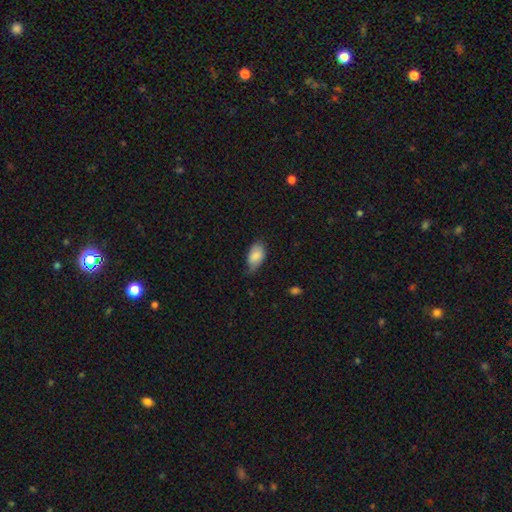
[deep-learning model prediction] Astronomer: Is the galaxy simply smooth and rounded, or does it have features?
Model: smooth — 84%.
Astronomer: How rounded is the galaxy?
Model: in between — 93%.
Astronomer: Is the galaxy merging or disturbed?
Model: none — 53% (runner-up: minor disturbance, 38%).